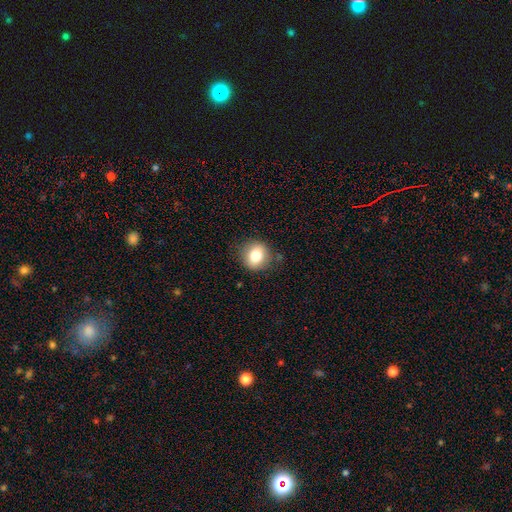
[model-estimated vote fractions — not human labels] Smooth or featured? Predicted: smooth (p=0.80). How rounded? Predicted: round (p=0.77). Merging? Predicted: none (p=0.84).